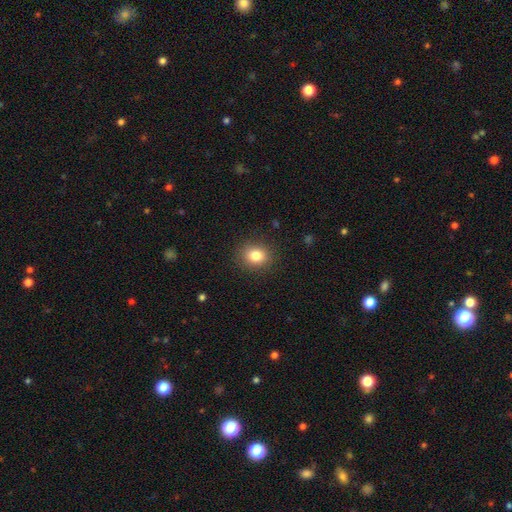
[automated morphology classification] Overall: smooth (82%). How rounded: round (69%; in between 30%). Merging: none (89%).